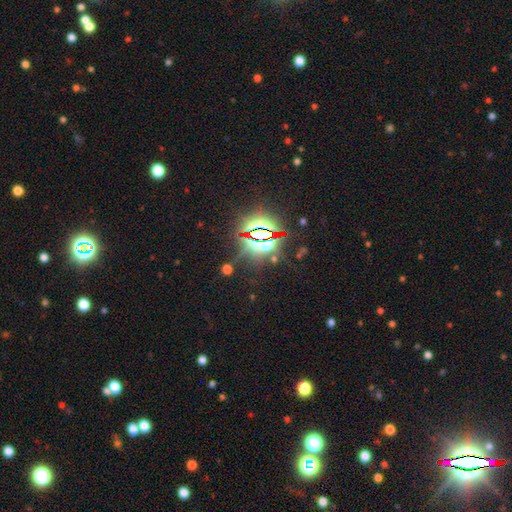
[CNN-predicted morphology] This is clearly a star or artifact rather than a galaxy (84%).